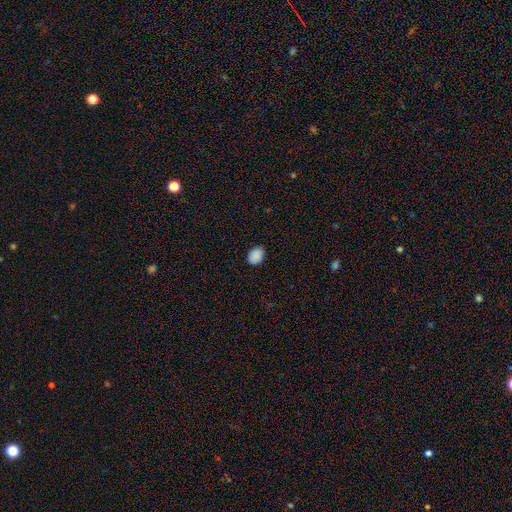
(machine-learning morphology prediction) smooth 89%, star or artifact 8%, featured or disk 3%. Down the decision tree: how rounded — in between (69%); merging — none (86%).